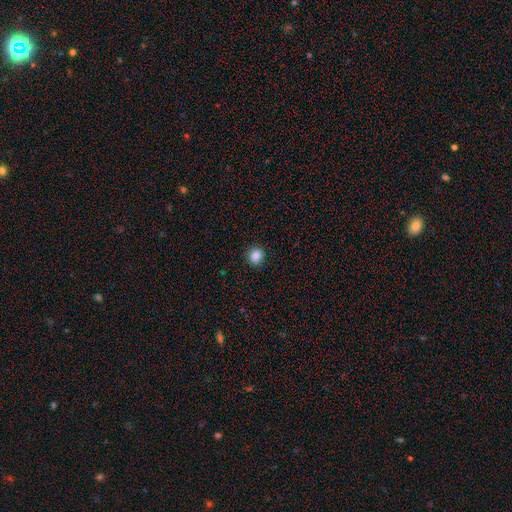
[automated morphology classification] Smooth or featured? Predicted: smooth (p=0.85). How rounded? Predicted: round (p=0.82). Merging? Predicted: none (p=0.90).